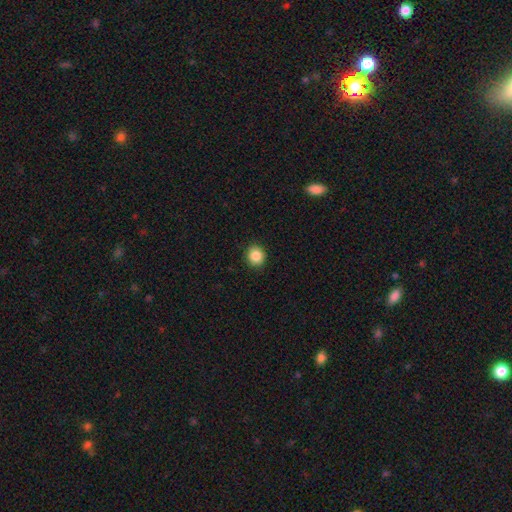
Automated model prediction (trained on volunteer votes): The model was most divided on "how rounded": round: 86%, in between: 13%, cigar-shaped: 1%. More confident: merging — none (91%); smooth or featured — smooth (87%).